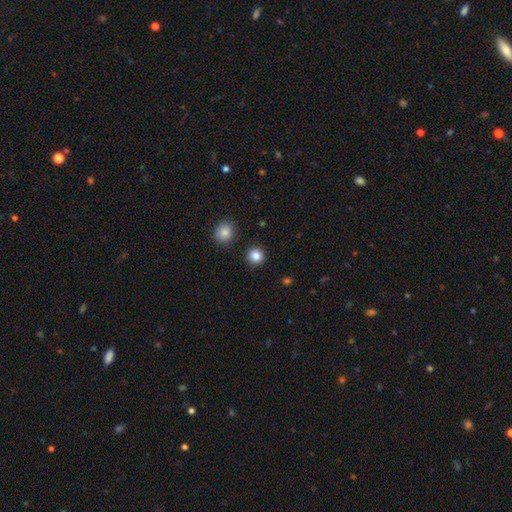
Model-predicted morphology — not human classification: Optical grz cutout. It shows a smooth galaxy with no disk features (85%) that is round (92%). Merging: none (91%).